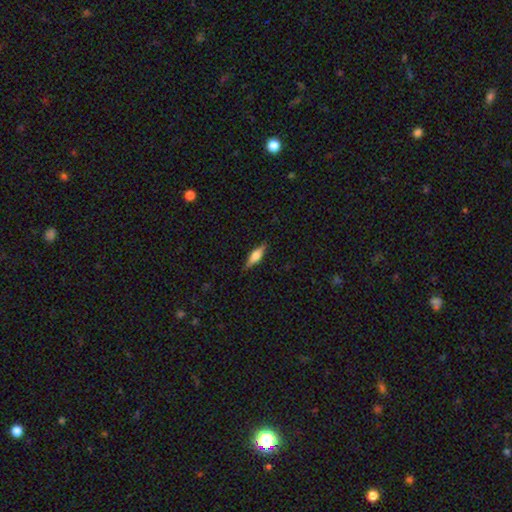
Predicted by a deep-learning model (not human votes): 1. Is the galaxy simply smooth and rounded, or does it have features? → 55% smooth, 39% featured or disk, 7% star or artifact.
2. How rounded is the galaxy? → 52% cigar-shaped, 45% in between, 3% round.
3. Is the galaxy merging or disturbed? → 85% none, 12% minor disturbance, 2% major disturbance, 1% merger.